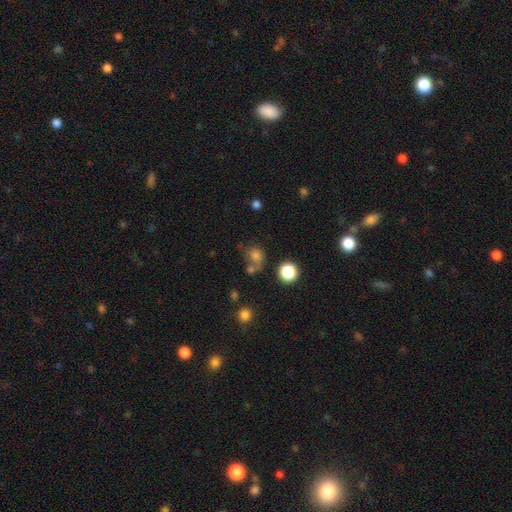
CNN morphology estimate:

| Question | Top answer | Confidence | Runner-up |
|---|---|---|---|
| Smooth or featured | smooth | 73% | star or artifact (17%) |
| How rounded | round | 69% | in between (30%) |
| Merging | none | 45% | merger (28%) |